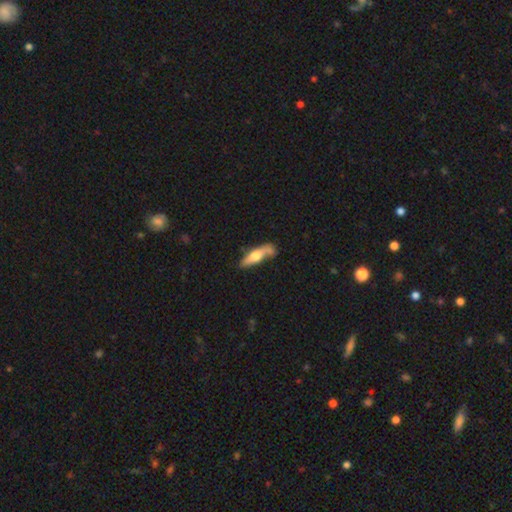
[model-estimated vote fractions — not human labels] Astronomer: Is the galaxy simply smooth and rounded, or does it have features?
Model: smooth — 48% (runner-up: featured or disk, 46%).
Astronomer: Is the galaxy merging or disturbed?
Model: none — 55%.